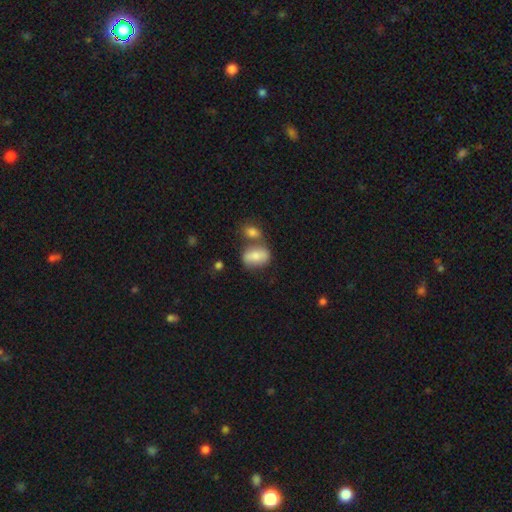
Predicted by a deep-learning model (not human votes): Morphology: type=smooth (73%); roundness=in between (76%); merging=none (42%).